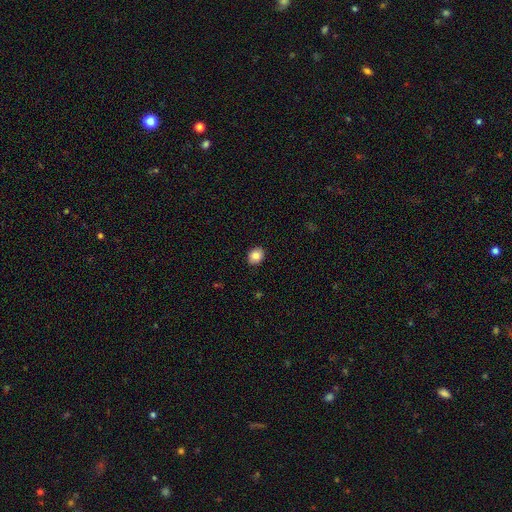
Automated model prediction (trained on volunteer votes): This is clearly a smooth galaxy (84%). How rounded: possibly round (55%). Merging: clearly none (89%).